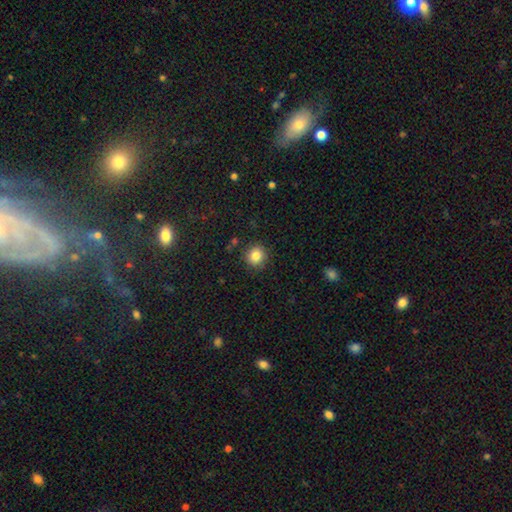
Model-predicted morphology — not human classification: smooth-or-featured: smooth: 83% | star or artifact: 11% | featured or disk: 6%
  how-rounded: round: 89% | in between: 10% | cigar-shaped: 1%
  merging: none: 88% | minor disturbance: 8% | major disturbance: 2% | merger: 2%